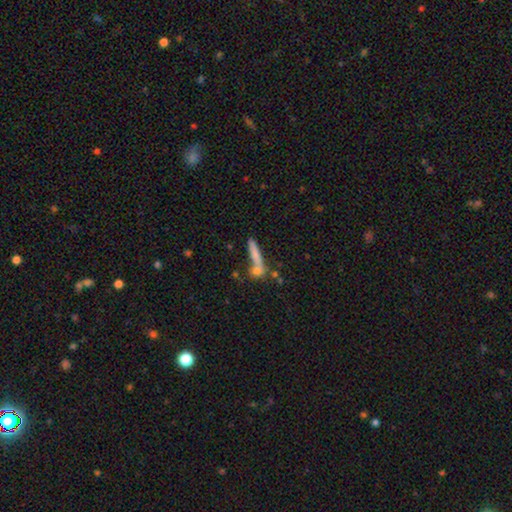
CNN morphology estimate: type=smooth (67%); roundness=cigar-shaped (85%); merging=none (50%).